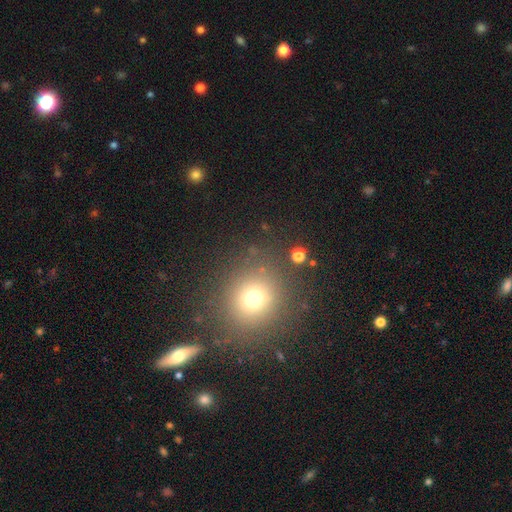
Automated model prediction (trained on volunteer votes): Smooth or featured?
  - smooth: 61% *
  - star or artifact: 26%
  - featured or disk: 12%
How rounded?
  - round: 87% *
  - in between: 12%
  - cigar-shaped: 1%
Merging?
  - none: 83% *
  - minor disturbance: 8%
  - merger: 5%
  - major disturbance: 4%